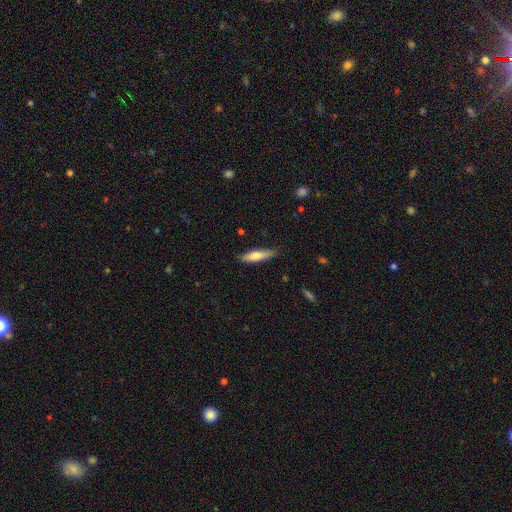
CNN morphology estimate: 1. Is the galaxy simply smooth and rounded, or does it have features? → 61% smooth, 33% featured or disk, 6% star or artifact.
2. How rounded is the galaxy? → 72% cigar-shaped, 26% in between, 2% round.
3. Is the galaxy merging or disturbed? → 84% none, 12% minor disturbance, 2% major disturbance, 1% merger.